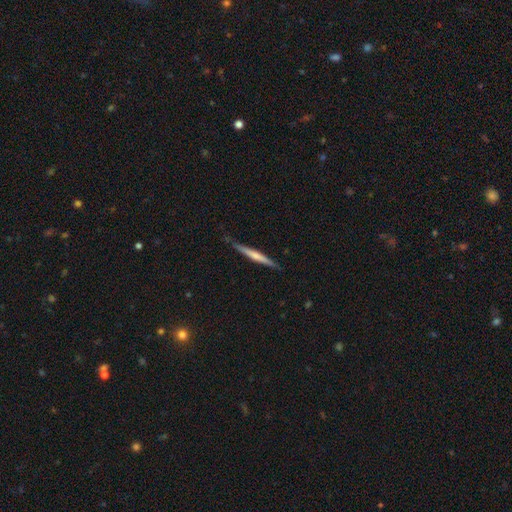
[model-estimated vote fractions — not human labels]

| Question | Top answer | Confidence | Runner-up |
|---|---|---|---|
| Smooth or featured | featured or disk | 50% | smooth (45%) |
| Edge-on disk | yes | 97% | no (3%) |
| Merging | none | 84% | minor disturbance (12%) |